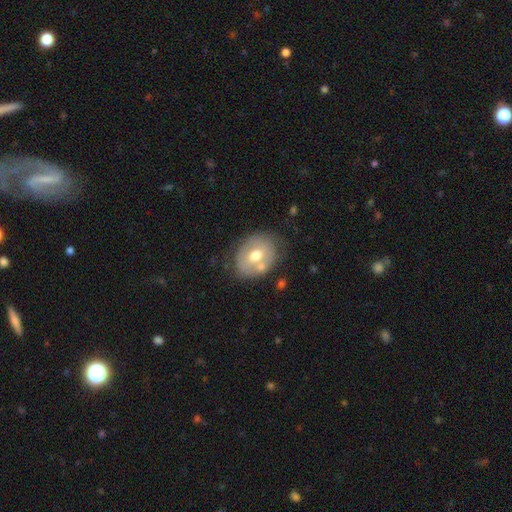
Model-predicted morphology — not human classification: Smooth or featured: smooth — 52% (featured or disk — 40%)
How rounded: in between — 50% (round — 49%)
Merging: none — 62% (minor disturbance — 17%)